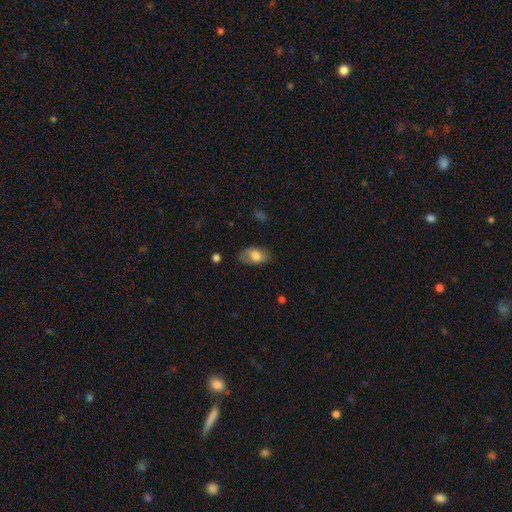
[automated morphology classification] The model was most divided on "smooth or featured": smooth: 69%, featured or disk: 24%, star or artifact: 7%. More confident: how rounded — in between (91%); merging — none (69%).